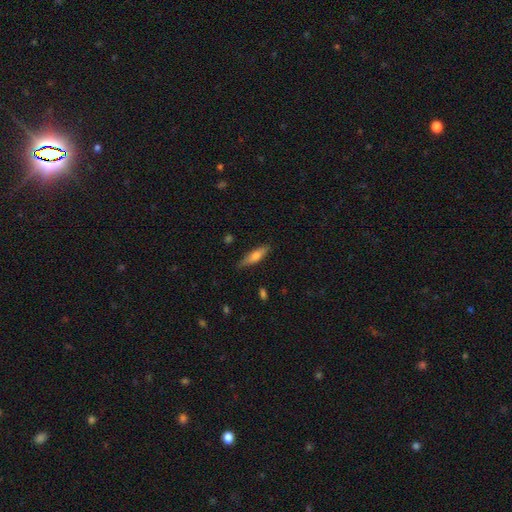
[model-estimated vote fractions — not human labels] Overall: smooth (69%). How rounded: cigar-shaped (63%; in between 35%). Merging: none (77%).